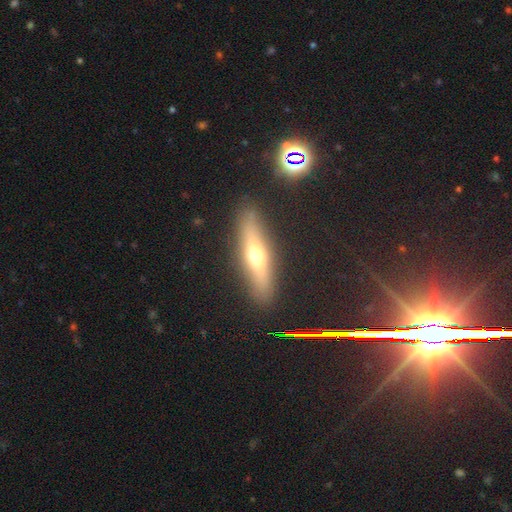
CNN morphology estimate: Overall: featured or disk (49%; smooth 41%). Merging: none (88%).